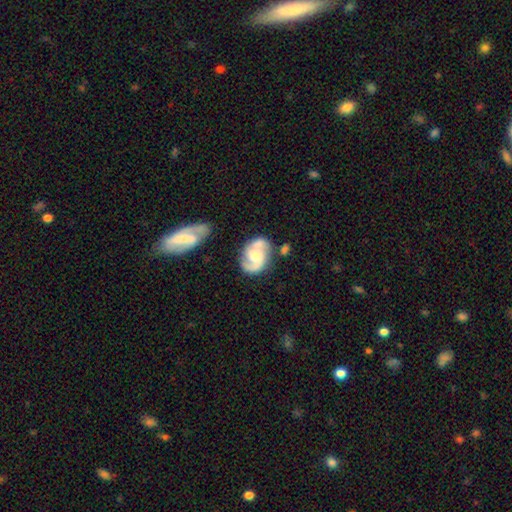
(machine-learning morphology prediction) Q: Smooth or featured?
A: featured or disk (82%); runner-up: smooth (13%)
Q: Edge-on disk?
A: no (98%); runner-up: yes (2%)
Q: Bar?
A: no (51%); runner-up: weak (39%)
Q: Spiral arms?
A: yes (95%); runner-up: no (5%)
Q: Spiral winding?
A: medium (53%); runner-up: tight (28%)
Q: Spiral arm count?
A: 2 (87%); runner-up: can't tell (5%)
Q: Bulge size?
A: moderate (44%); runner-up: large (22%)
Q: Merging?
A: none (59%); runner-up: minor disturbance (20%)